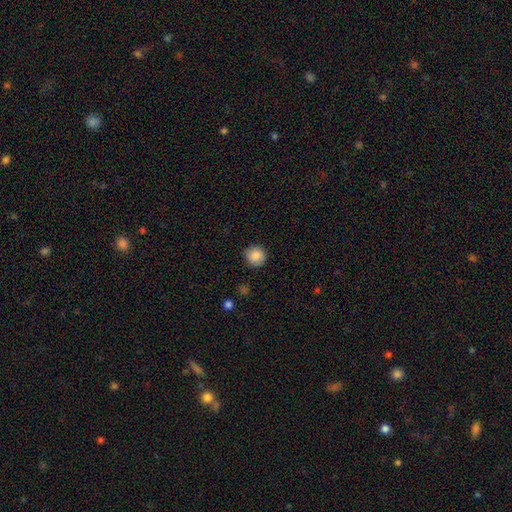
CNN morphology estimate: smooth 86%, star or artifact 9%, featured or disk 5%. Down the decision tree: how rounded — round (92%); merging — none (88%).